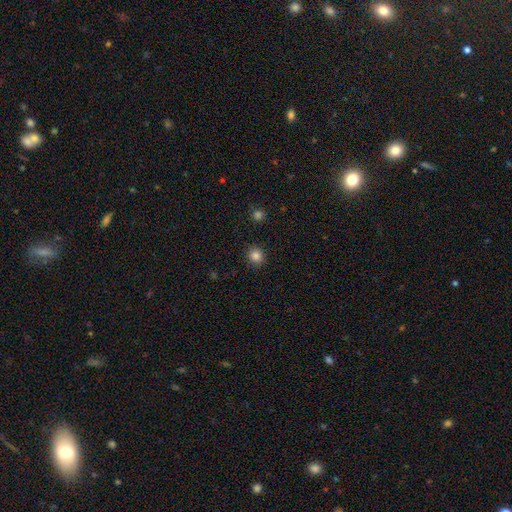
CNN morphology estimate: Q: Smooth or featured?
A: smooth (85%); runner-up: star or artifact (11%)
Q: How rounded?
A: round (88%); runner-up: in between (11%)
Q: Merging?
A: none (91%); runner-up: minor disturbance (6%)